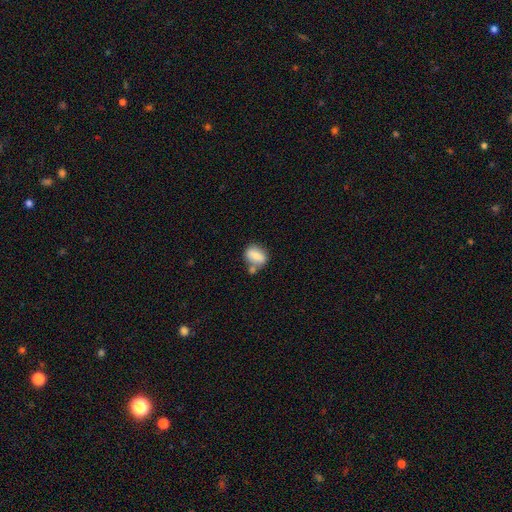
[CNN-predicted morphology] This appears to be a smooth galaxy with no disk features (76%) that is in between round and cigar-shaped (69%). Merging: none (50%).